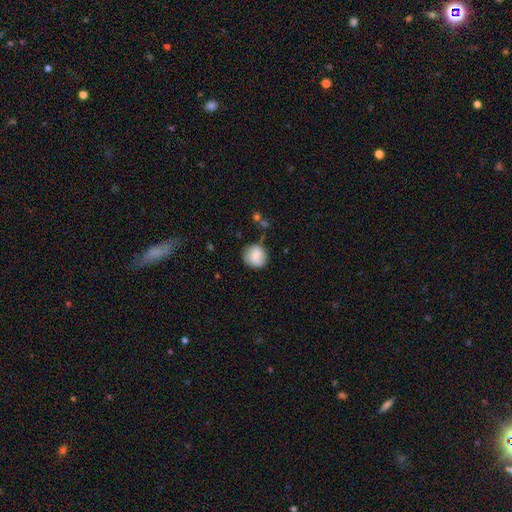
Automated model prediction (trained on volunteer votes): smooth 81%, featured or disk 12%, star or artifact 8%. Down the decision tree: how rounded — round (85%); merging — none (75%).